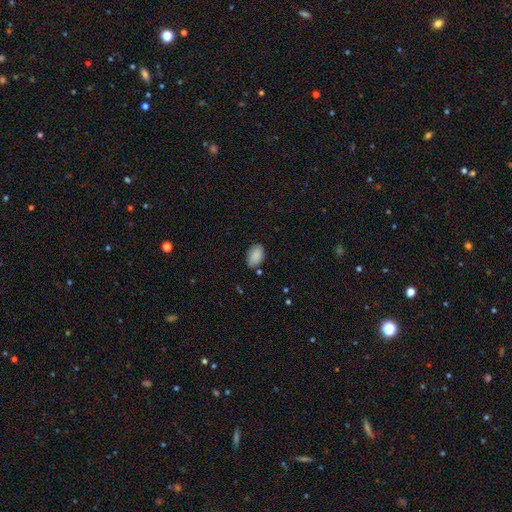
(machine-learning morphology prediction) Smooth or featured? smooth (87%)
How rounded? in between (90%)
Merging? none (76%)